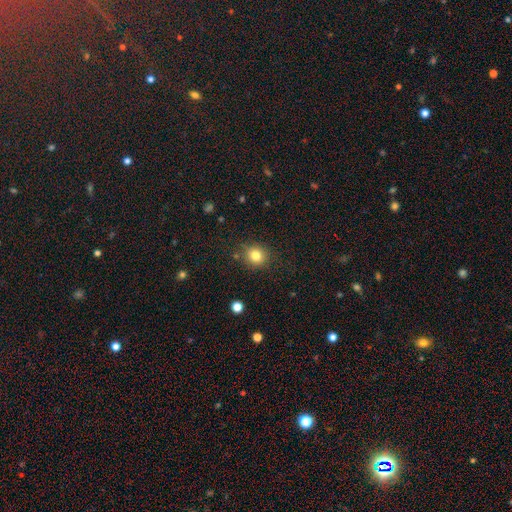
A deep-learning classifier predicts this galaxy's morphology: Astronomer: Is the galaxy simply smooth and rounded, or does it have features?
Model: smooth — 81%.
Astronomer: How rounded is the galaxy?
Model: round — 83%.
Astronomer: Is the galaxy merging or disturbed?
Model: none — 85%.